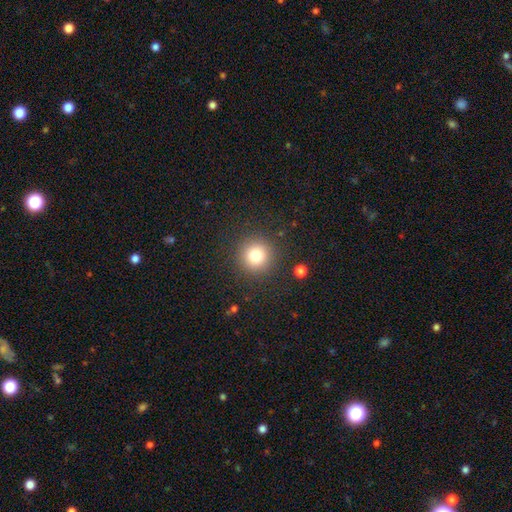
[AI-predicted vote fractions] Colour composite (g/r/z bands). It shows a smooth galaxy with no disk features (79%) that is round (94%). Merging: none (88%).